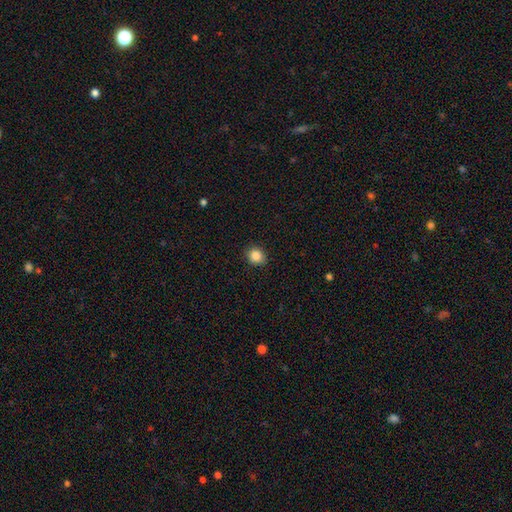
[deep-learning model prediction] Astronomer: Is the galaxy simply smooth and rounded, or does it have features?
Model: smooth — 86%.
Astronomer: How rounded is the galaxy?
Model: round — 75%.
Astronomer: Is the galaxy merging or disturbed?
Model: none — 88%.